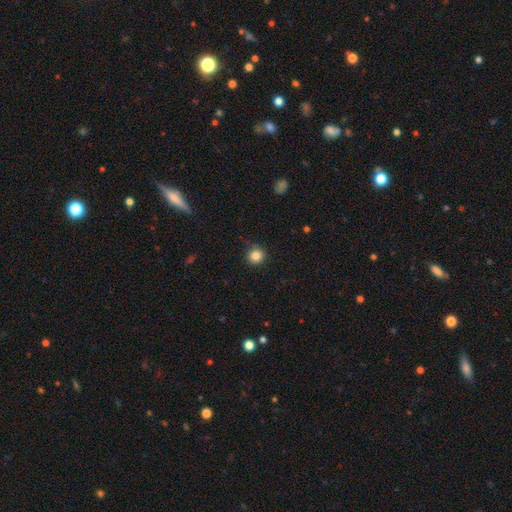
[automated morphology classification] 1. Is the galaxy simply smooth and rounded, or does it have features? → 84% smooth, 11% star or artifact, 5% featured or disk.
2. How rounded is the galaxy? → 94% round, 5% in between, 1% cigar-shaped.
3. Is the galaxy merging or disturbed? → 89% none, 7% minor disturbance, 2% major disturbance, 1% merger.